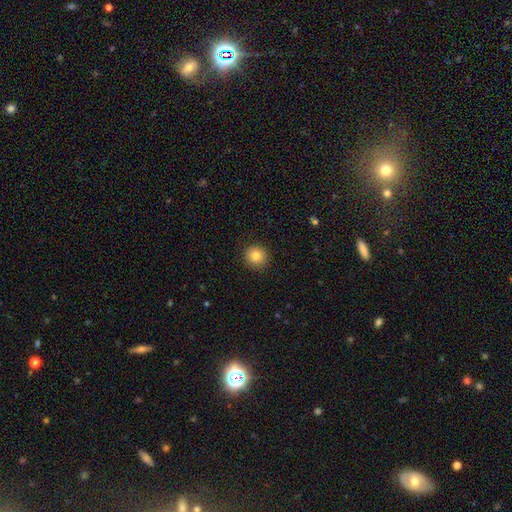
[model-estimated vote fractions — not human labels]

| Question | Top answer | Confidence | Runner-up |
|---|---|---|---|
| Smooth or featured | smooth | 83% | star or artifact (10%) |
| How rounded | round | 92% | in between (7%) |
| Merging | none | 91% | minor disturbance (6%) |